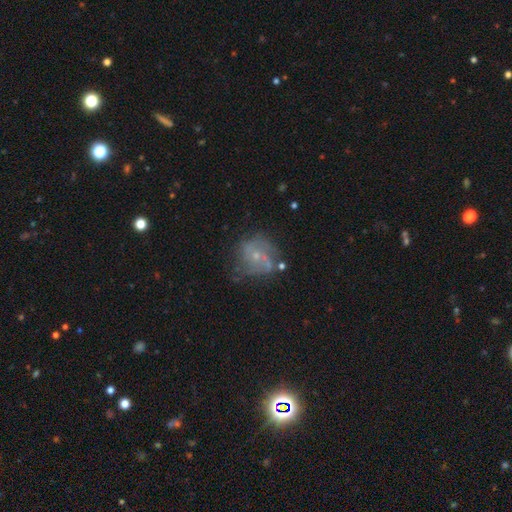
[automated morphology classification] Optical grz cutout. It shows a featured or disk galaxy (64%) with no bar (67%), spiral arms (77%) and a small central bulge (75%). Merging: none (56%).